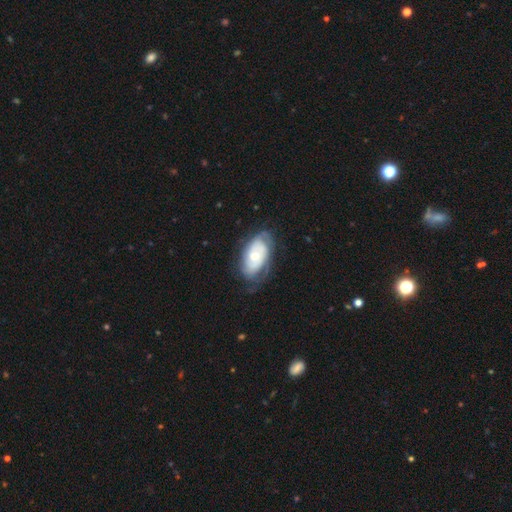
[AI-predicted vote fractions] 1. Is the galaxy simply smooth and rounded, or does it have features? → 71% featured or disk, 23% smooth, 5% star or artifact.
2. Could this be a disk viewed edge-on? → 95% no, 5% yes.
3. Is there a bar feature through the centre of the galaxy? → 68% no, 27% weak, 5% strong.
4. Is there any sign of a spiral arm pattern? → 85% yes, 15% no.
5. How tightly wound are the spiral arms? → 63% tight, 28% medium, 10% loose.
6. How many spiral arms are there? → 43% can't tell, 38% 2, 9% 3, 5% 1, 3% 4, 3% more than 4.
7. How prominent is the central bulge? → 60% moderate, 29% small, 8% large, 2% none, 1% dominant.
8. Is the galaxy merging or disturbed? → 63% none, 24% minor disturbance, 11% major disturbance, 2% merger.